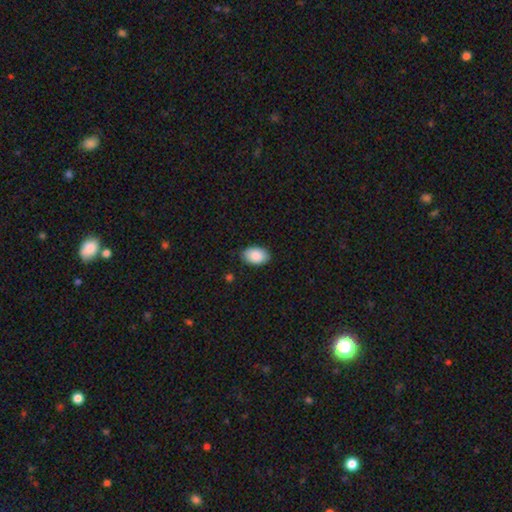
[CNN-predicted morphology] type=smooth (90%); roundness=in between (90%); merging=none (86%).